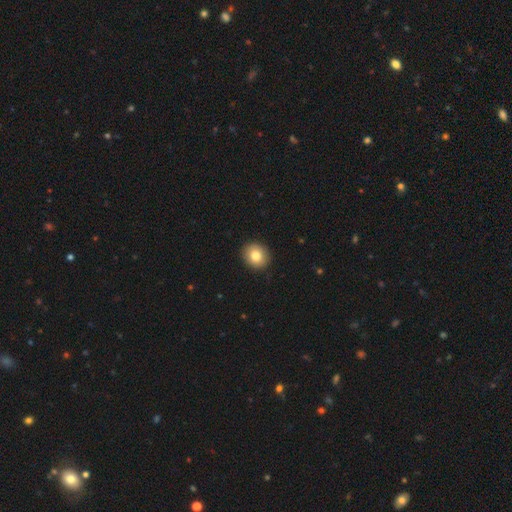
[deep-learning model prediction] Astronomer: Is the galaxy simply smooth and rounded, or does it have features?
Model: smooth — 81%.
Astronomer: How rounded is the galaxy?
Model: round — 78%.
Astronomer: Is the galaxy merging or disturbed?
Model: none — 92%.